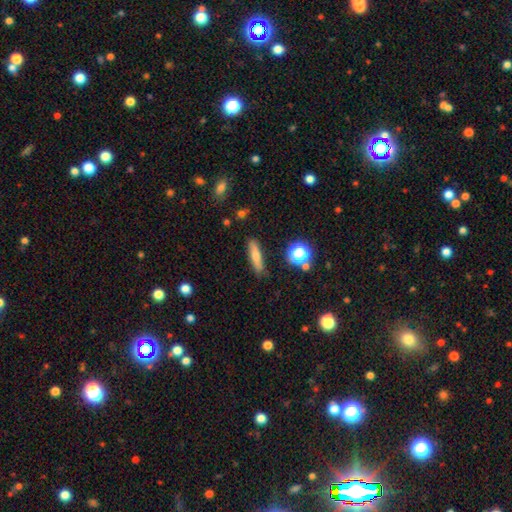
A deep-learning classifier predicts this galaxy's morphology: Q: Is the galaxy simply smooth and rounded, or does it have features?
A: smooth — 62%.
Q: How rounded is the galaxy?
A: cigar-shaped — 77%.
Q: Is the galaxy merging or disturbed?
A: none — 85%.